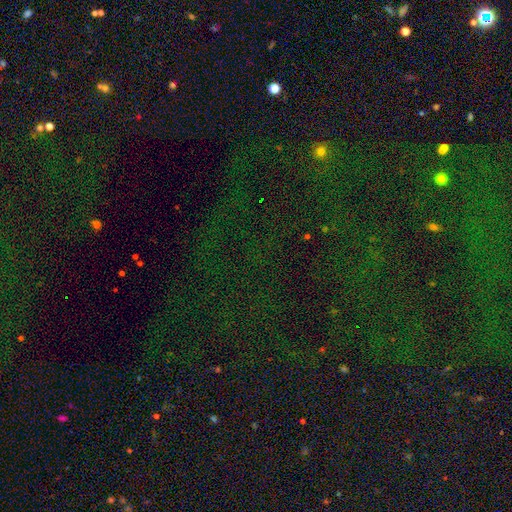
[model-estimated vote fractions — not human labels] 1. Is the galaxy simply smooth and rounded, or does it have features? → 82% star or artifact, 11% smooth, 7% featured or disk.